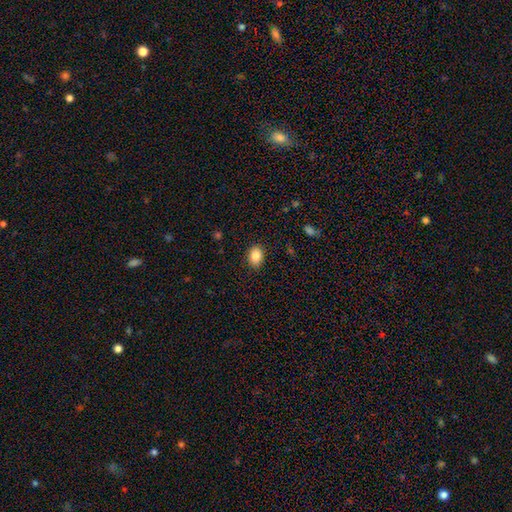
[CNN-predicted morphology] Smooth or featured? Predicted: smooth (p=0.87). How rounded? Predicted: in between (p=0.73). Merging? Predicted: none (p=0.88).